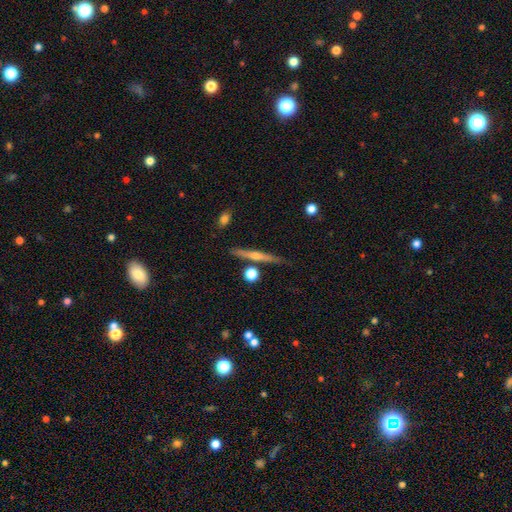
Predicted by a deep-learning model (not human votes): Smooth or featured: featured or disk — 68% (smooth — 25%)
Edge-on disk: yes — 97% (no — 3%)
Edge-on bulge: rounded — 76% (none — 20%)
Merging: none — 85% (minor disturbance — 9%)